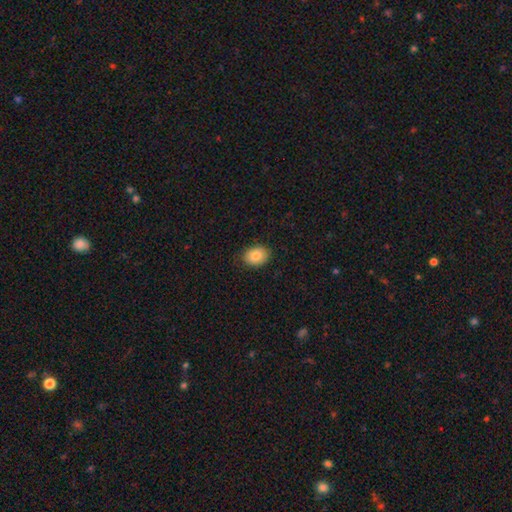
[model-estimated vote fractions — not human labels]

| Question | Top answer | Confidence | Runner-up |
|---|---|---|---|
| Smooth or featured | smooth | 85% | star or artifact (8%) |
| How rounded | in between | 70% | round (29%) |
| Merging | none | 84% | minor disturbance (13%) |